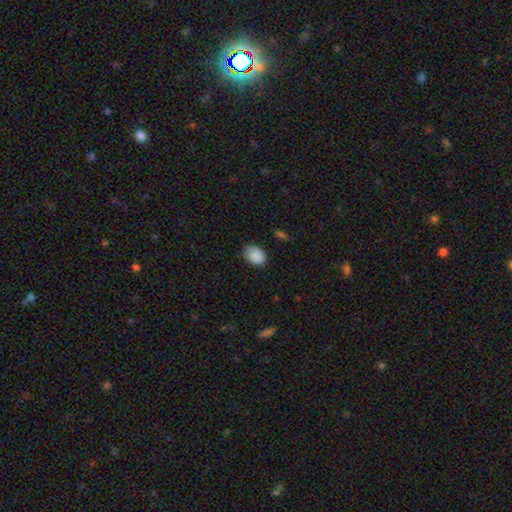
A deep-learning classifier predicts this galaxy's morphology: Q: Smooth or featured?
A: smooth (88%); runner-up: star or artifact (7%)
Q: How rounded?
A: in between (71%); runner-up: round (28%)
Q: Merging?
A: none (75%); runner-up: minor disturbance (20%)